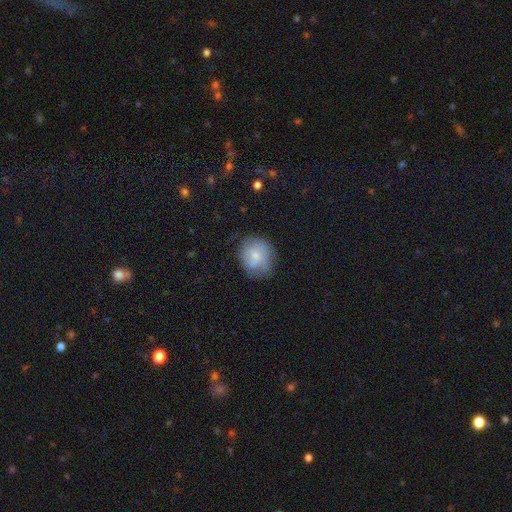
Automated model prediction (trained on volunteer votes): This appears to be a smooth galaxy with no disk features (64%) that is round (76%). Merging: none (59%).